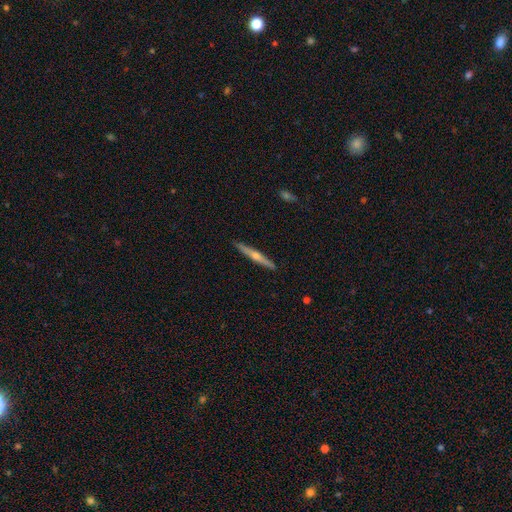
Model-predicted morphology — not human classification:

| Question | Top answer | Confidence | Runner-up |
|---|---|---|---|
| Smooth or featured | featured or disk | 64% | smooth (30%) |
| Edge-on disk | yes | 97% | no (3%) |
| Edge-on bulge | rounded | 85% | none (12%) |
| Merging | none | 91% | minor disturbance (6%) |